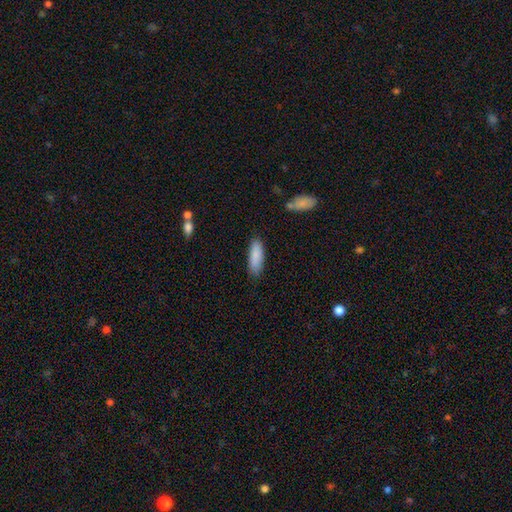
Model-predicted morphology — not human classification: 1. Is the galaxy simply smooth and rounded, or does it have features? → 87% smooth, 7% featured or disk, 6% star or artifact.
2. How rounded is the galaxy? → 60% in between, 38% cigar-shaped, 2% round.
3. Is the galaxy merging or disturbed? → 83% none, 12% minor disturbance, 2% major disturbance, 2% merger.